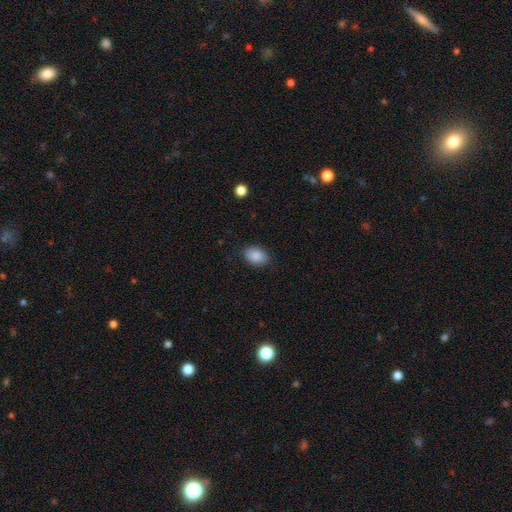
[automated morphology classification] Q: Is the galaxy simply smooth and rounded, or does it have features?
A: smooth — 88%.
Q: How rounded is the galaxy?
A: in between — 80%.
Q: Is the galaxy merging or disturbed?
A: none — 84%.